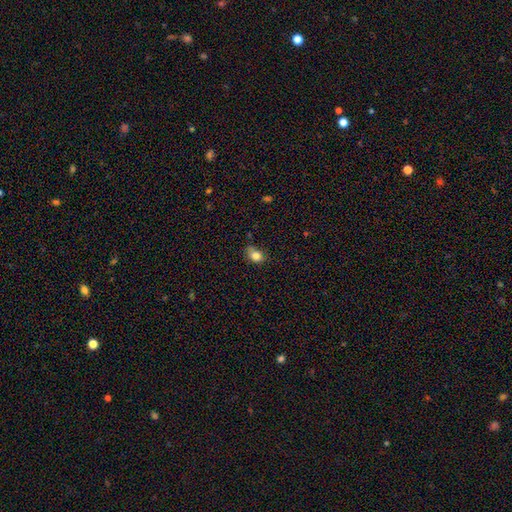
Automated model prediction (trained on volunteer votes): Q: Smooth or featured?
A: smooth (82%); runner-up: star or artifact (10%)
Q: How rounded?
A: in between (70%); runner-up: round (28%)
Q: Merging?
A: none (58%); runner-up: minor disturbance (32%)